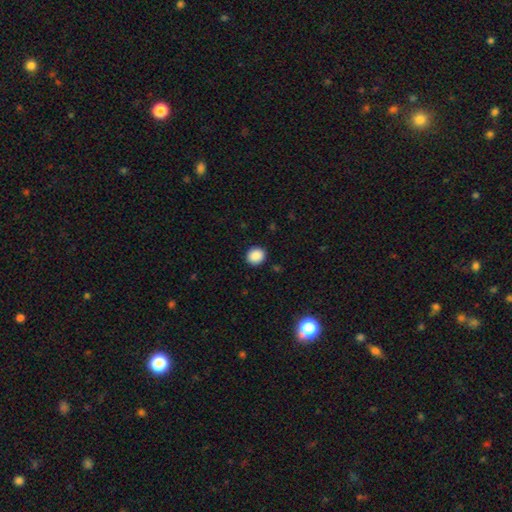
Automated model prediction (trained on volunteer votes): The model was most divided on "how rounded": round: 82%, in between: 17%, cigar-shaped: 1%. More confident: merging — none (91%); smooth or featured — smooth (88%).